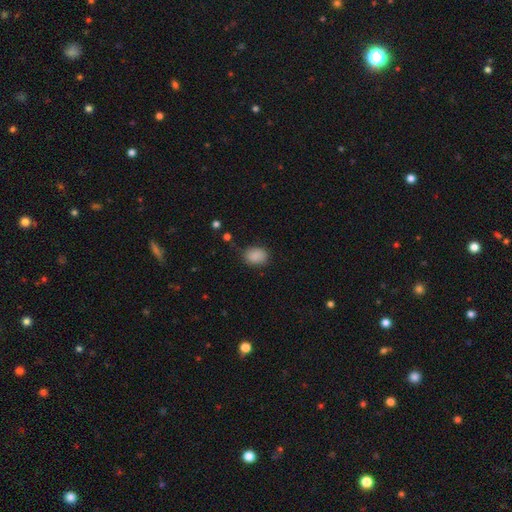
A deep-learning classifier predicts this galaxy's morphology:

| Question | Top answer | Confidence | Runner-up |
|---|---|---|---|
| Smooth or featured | smooth | 88% | star or artifact (9%) |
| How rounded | in between | 61% | round (38%) |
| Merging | none | 76% | minor disturbance (18%) |